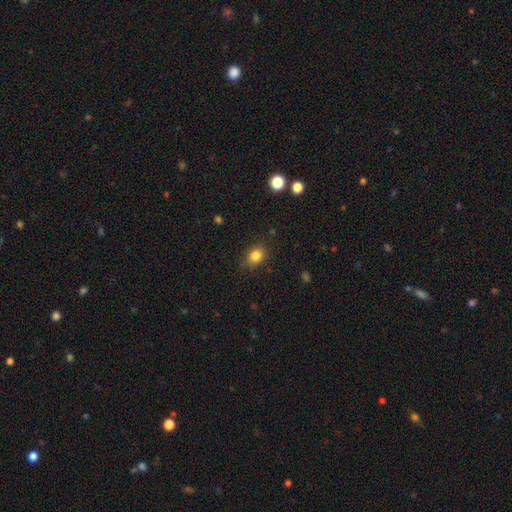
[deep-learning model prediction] A smooth galaxy with no disk features (83%) that is in between round and cigar-shaped (59%). Merging: none (78%).